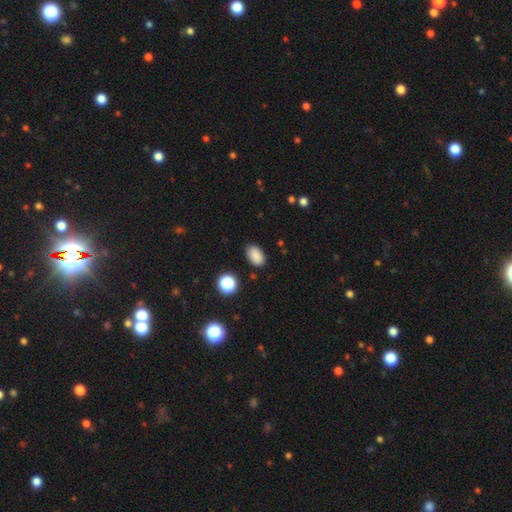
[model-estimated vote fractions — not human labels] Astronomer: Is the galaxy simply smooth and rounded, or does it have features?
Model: smooth — 86%.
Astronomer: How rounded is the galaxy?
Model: in between — 89%.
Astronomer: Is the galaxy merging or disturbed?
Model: none — 86%.